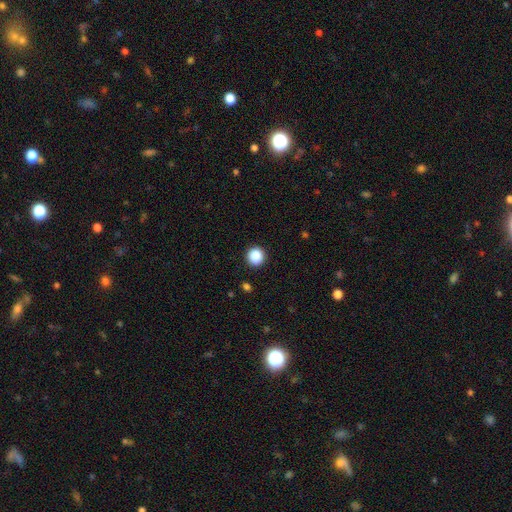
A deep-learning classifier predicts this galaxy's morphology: This is clearly a smooth galaxy (88%). How rounded: clearly round (93%). Merging: clearly none (91%).